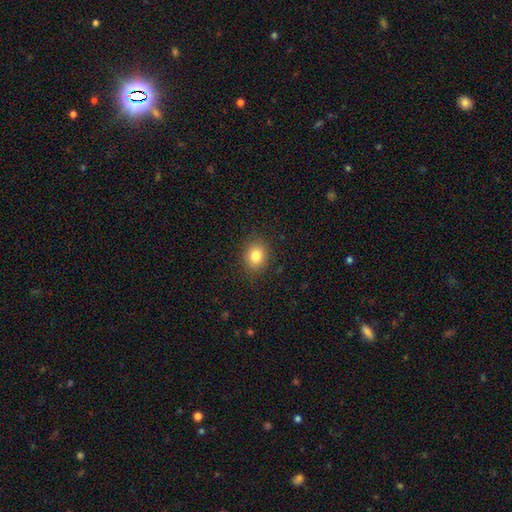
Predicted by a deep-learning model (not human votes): Q: Smooth or featured?
A: smooth (82%); runner-up: star or artifact (11%)
Q: How rounded?
A: round (57%); runner-up: in between (42%)
Q: Merging?
A: none (88%); runner-up: minor disturbance (8%)